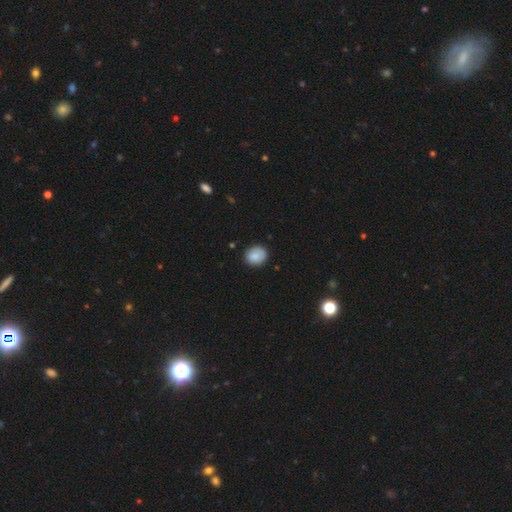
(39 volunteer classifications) smooth_or_featured: smooth (p=0.82) [alt: star or artifact p=0.10]
how_rounded: round (p=0.59) [alt: in between p=0.38]
merging: none (p=0.89) [alt: minor disturbance p=0.06]